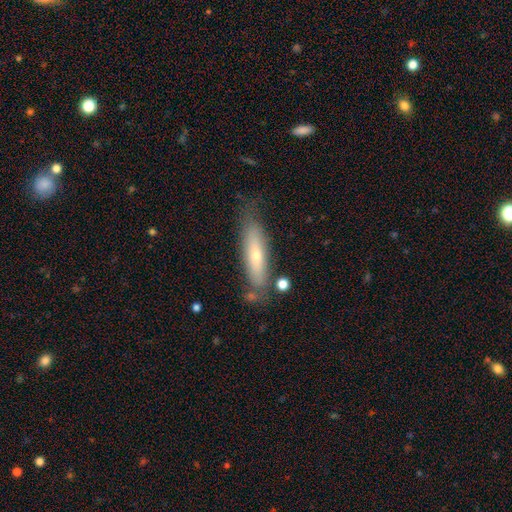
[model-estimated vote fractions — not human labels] Smooth or featured?
  - smooth: 53% *
  - featured or disk: 40%
  - star or artifact: 7%
How rounded?
  - cigar-shaped: 75% *
  - in between: 23%
  - round: 2%
Merging?
  - none: 73% *
  - minor disturbance: 18%
  - major disturbance: 5%
  - merger: 5%